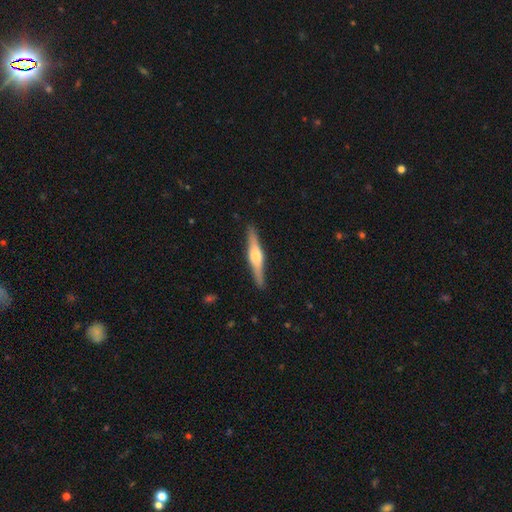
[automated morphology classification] featured or disk 71%, smooth 24%, star or artifact 5%. Down the decision tree: edge-on disk — yes (98%); edge-on bulge — rounded (87%); merging — none (90%).